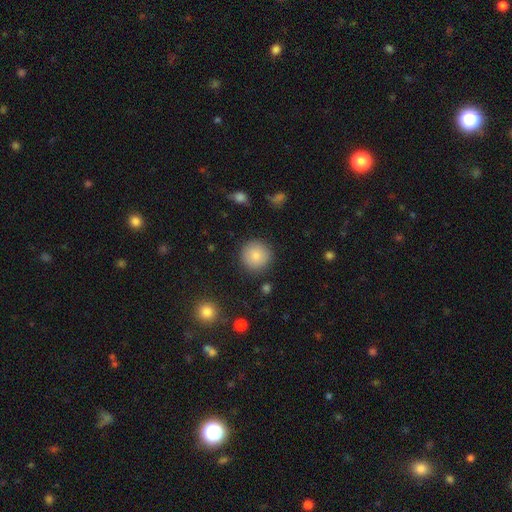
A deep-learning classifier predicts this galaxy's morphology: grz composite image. It shows a smooth galaxy with no disk features (84%) that is round (95%). Merging: none (89%).